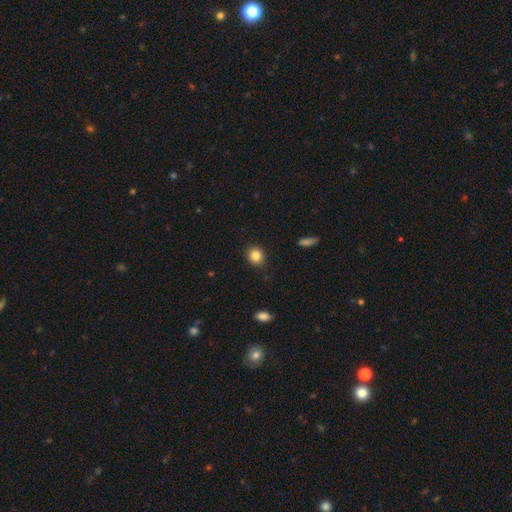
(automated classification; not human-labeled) Q: Smooth or featured?
A: smooth (85%); runner-up: star or artifact (10%)
Q: How rounded?
A: round (80%); runner-up: in between (19%)
Q: Merging?
A: none (90%); runner-up: minor disturbance (7%)